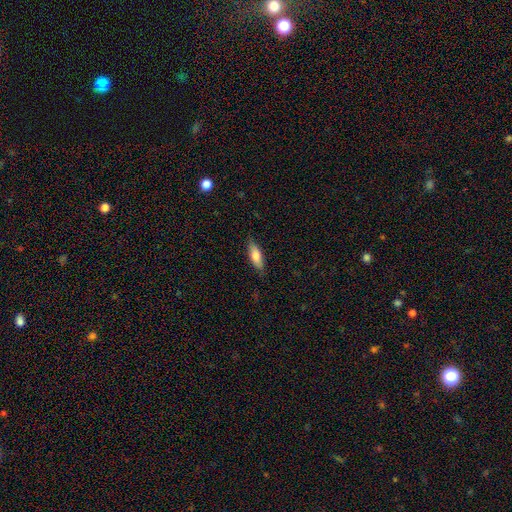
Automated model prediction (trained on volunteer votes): A smooth galaxy with no disk features (77%) that is in between round and cigar-shaped (60%). Merging: none (82%).